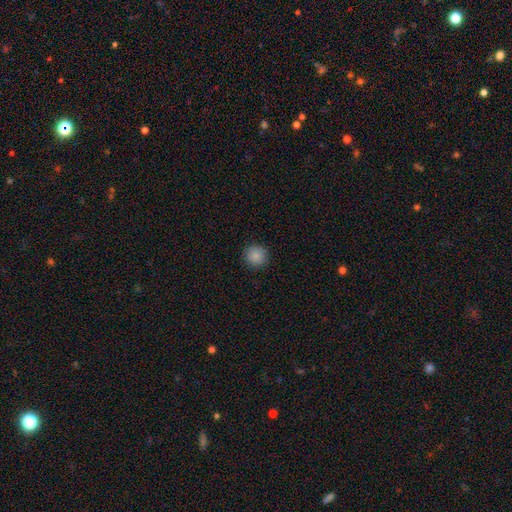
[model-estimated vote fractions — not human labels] A smooth galaxy with no disk features (86%) that is round (93%). Merging: none (91%).